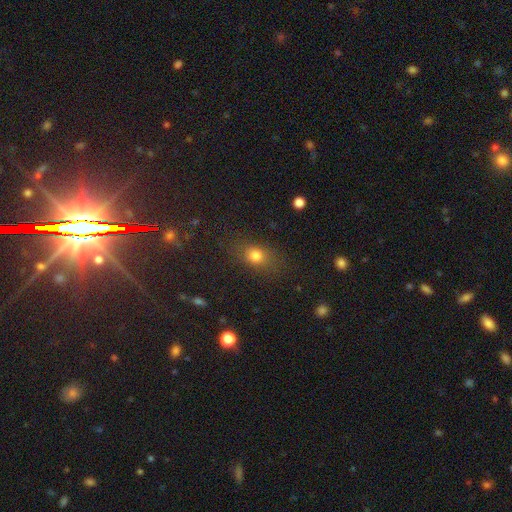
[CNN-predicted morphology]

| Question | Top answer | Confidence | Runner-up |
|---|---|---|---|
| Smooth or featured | smooth | 75% | star or artifact (15%) |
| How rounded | in between | 50% | round (45%) |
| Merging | none | 75% | minor disturbance (15%) |